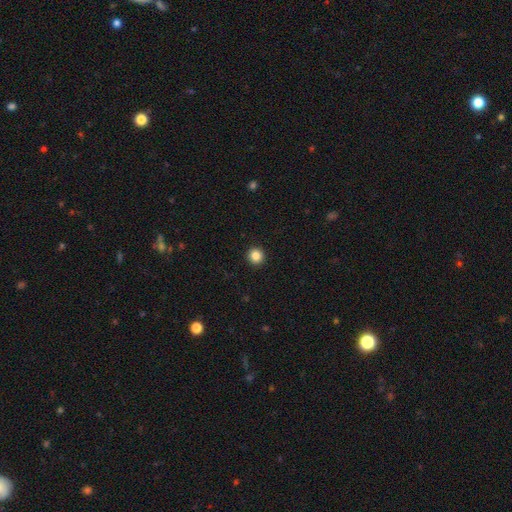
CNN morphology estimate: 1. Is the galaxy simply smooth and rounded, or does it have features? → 85% smooth, 11% star or artifact, 4% featured or disk.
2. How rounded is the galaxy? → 95% round, 4% in between, 1% cigar-shaped.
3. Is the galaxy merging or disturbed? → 93% none, 4% minor disturbance, 2% major disturbance, 1% merger.